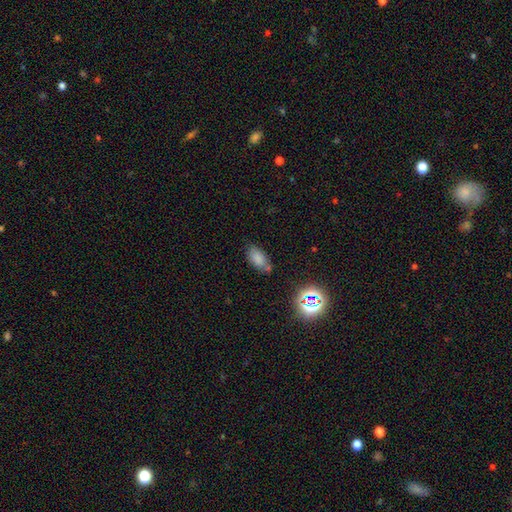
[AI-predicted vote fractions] Smooth or featured?
  - smooth: 66% *
  - star or artifact: 25%
  - featured or disk: 10%
How rounded?
  - in between: 89% *
  - round: 7%
  - cigar-shaped: 4%
Merging?
  - none: 73% *
  - minor disturbance: 17%
  - merger: 5%
  - major disturbance: 4%